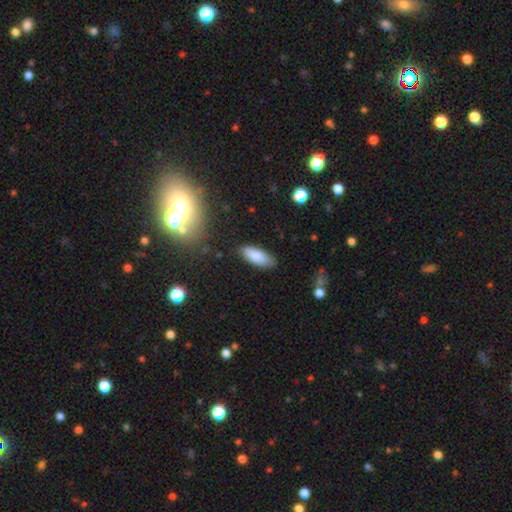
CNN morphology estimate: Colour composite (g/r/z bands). It shows a smooth galaxy with no disk features (83%) that is in between round and cigar-shaped (79%). Merging: none (81%).